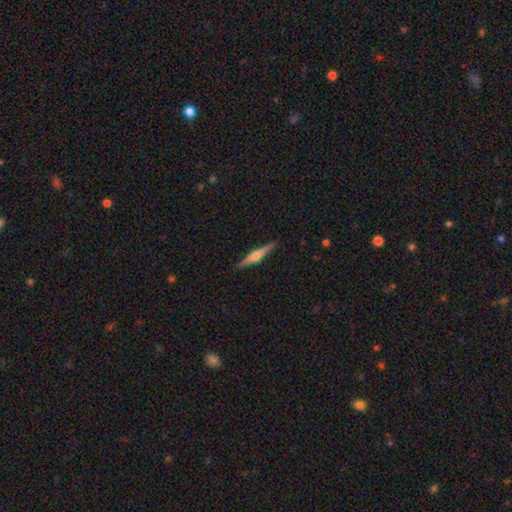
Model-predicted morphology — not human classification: A featured or disk galaxy (72%) viewed edge-on (98%) with a rounded central bulge (88%).

Vote fractions:
- Smooth or featured? featured or disk: 72% / smooth: 22% / star or artifact: 6%
- Edge-on disk? yes: 98% / no: 2%
- Edge-on bulge? rounded: 88% / boxy: 8% / none: 4%
- Merging? none: 91% / minor disturbance: 7% / major disturbance: 1% / merger: 1%